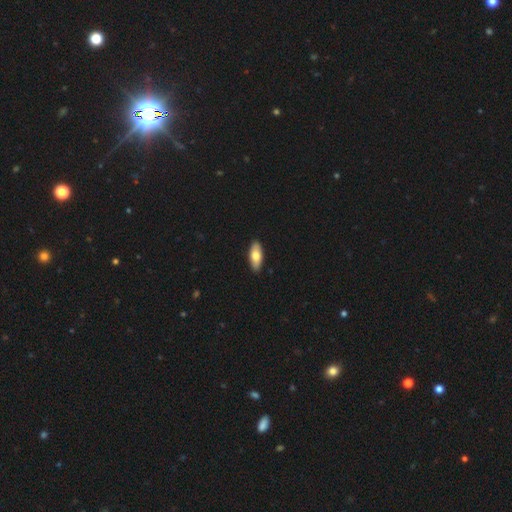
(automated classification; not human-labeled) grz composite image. It shows a smooth galaxy with no disk features (74%) that is in between round and cigar-shaped (81%). Merging: none (91%).